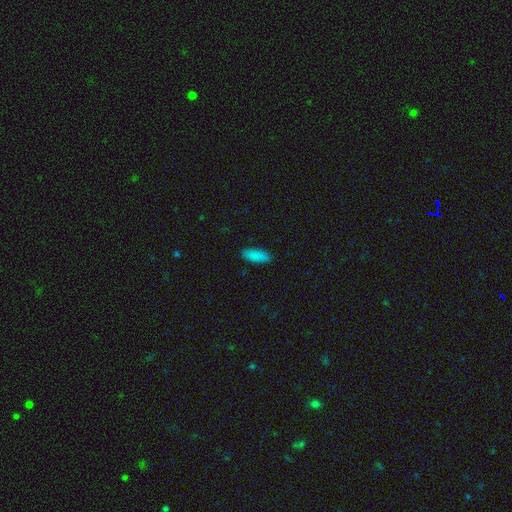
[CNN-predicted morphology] Smooth or featured? Predicted: smooth (p=0.88). How rounded? Predicted: in between (p=0.68). Merging? Predicted: none (p=0.88).